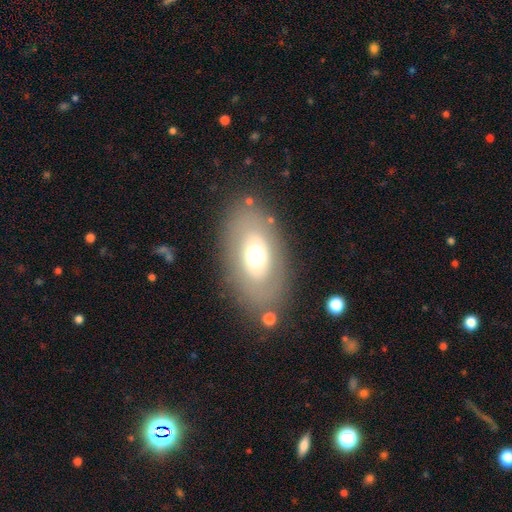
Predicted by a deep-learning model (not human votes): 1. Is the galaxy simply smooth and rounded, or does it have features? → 54% smooth, 38% featured or disk, 9% star or artifact.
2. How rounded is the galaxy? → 87% in between, 11% round, 2% cigar-shaped.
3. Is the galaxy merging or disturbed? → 81% none, 11% minor disturbance, 6% major disturbance, 3% merger.